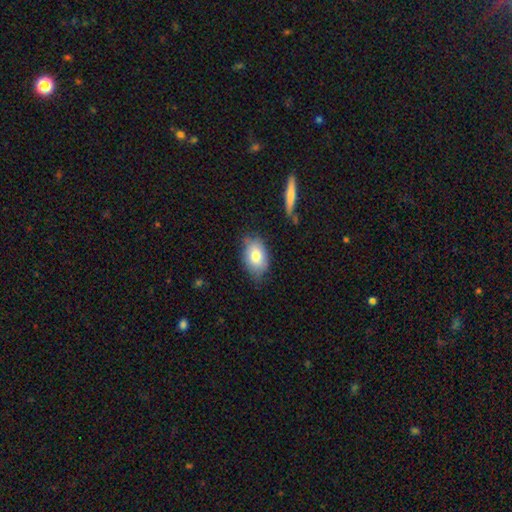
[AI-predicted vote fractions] Morphology: type=smooth (77%); roundness=in between (86%); merging=none (71%).